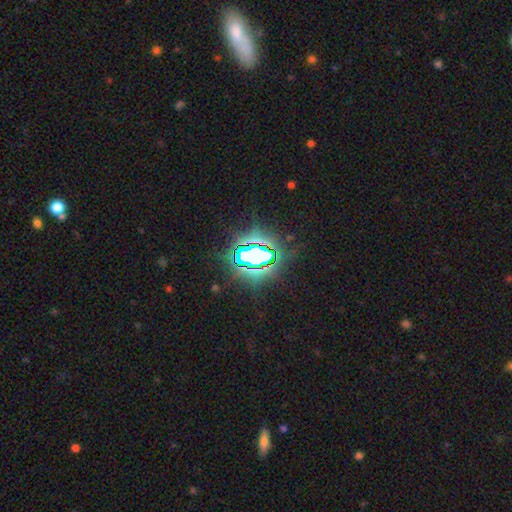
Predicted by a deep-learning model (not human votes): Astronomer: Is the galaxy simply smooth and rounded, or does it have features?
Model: star or artifact — 75%.